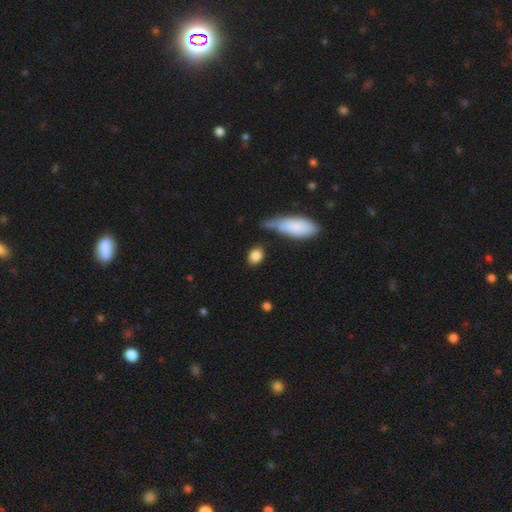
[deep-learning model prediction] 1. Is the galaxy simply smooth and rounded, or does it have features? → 85% smooth, 7% star or artifact, 7% featured or disk.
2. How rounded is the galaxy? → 69% in between, 27% round, 4% cigar-shaped.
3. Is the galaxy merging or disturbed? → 76% none, 13% minor disturbance, 6% merger, 4% major disturbance.